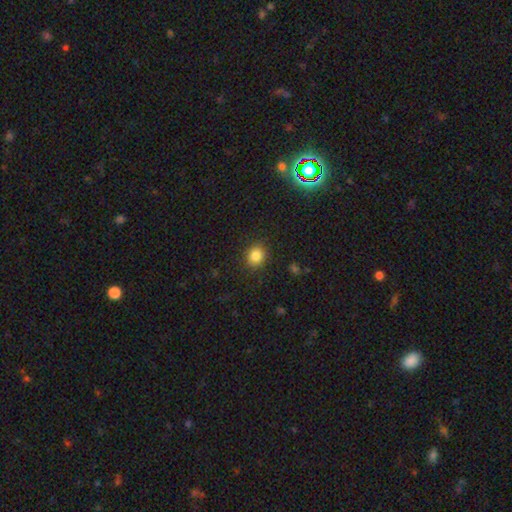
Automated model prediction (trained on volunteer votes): This is clearly a smooth galaxy (84%). How rounded: clearly round (80%). Merging: clearly none (89%).